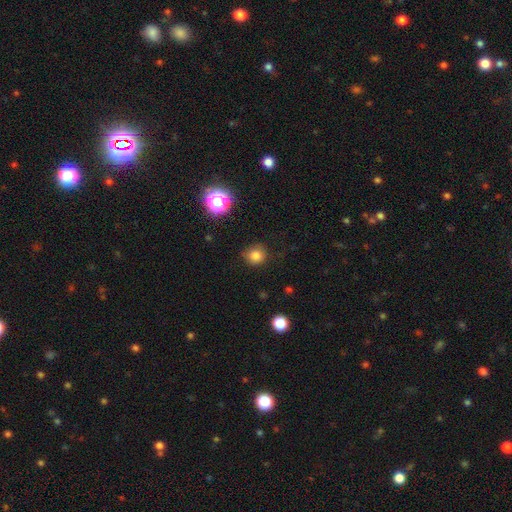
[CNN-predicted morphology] Smooth or featured? Predicted: smooth (p=0.81). How rounded? Predicted: round (p=0.89). Merging? Predicted: none (p=0.82).